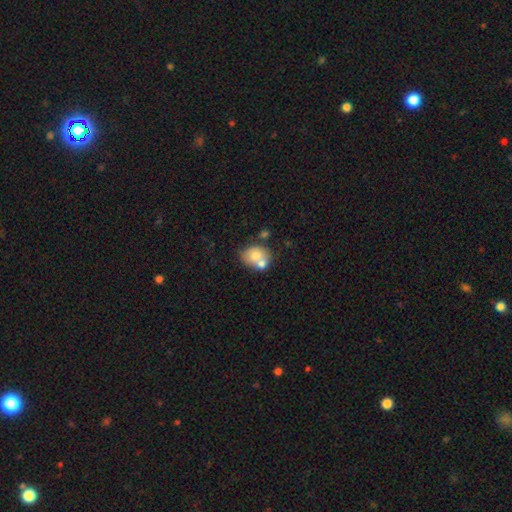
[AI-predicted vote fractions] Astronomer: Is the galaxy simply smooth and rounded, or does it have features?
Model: smooth — 69%.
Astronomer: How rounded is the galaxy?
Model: round — 55% (runner-up: in between, 44%).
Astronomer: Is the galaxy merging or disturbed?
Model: merger — 46% (runner-up: none, 37%).